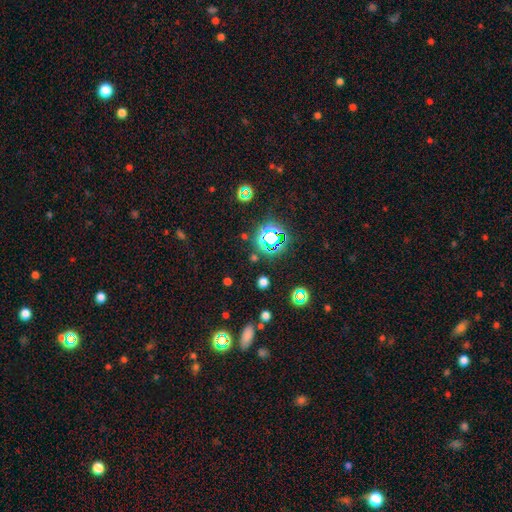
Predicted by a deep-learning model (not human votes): Smooth or featured? Predicted: star or artifact (p=0.73).